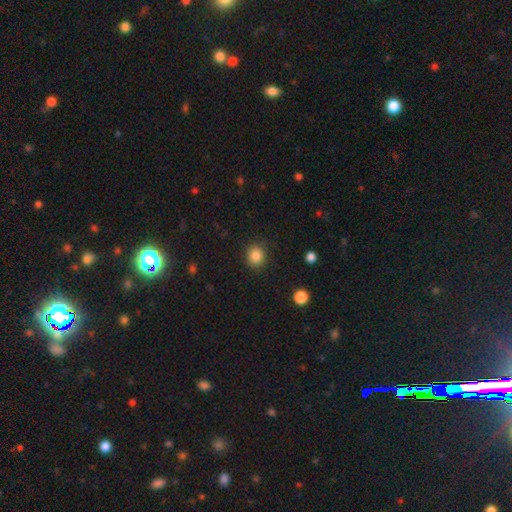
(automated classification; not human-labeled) smooth 85%, star or artifact 10%, featured or disk 4%. Down the decision tree: how rounded — round (81%); merging — none (87%).